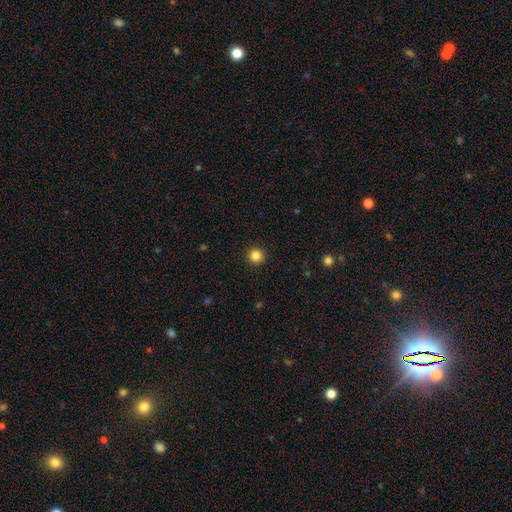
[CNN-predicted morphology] A smooth galaxy with no disk features (84%) that is round (96%). Merging: none (93%).